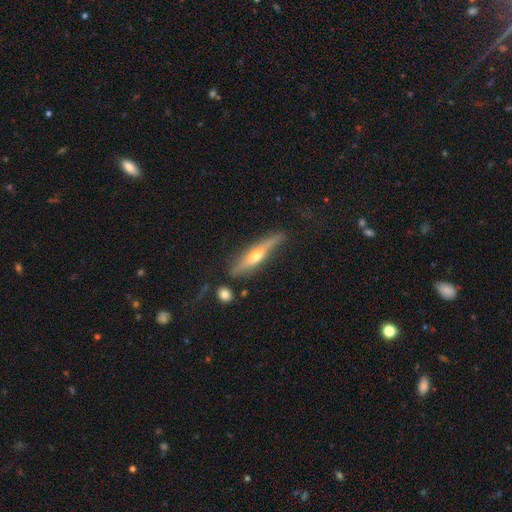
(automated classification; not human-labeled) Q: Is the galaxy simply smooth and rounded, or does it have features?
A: featured or disk — 63%.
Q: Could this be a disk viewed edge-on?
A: yes — 90%.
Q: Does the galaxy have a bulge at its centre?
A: rounded — 89%.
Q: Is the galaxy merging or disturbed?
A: none — 66%.